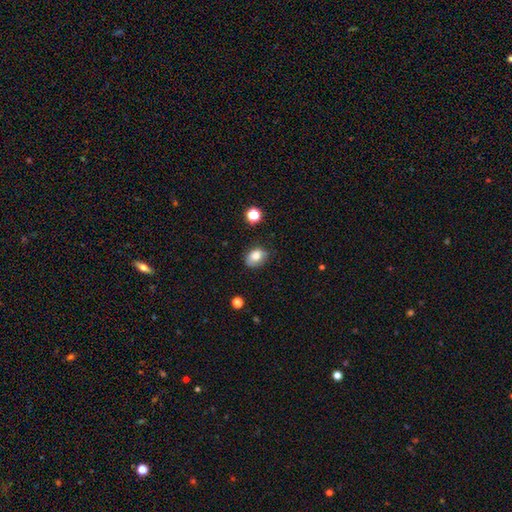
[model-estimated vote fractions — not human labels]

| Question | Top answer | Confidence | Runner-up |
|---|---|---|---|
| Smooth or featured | smooth | 78% | featured or disk (12%) |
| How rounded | in between | 68% | round (31%) |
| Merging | none | 64% | minor disturbance (27%) |